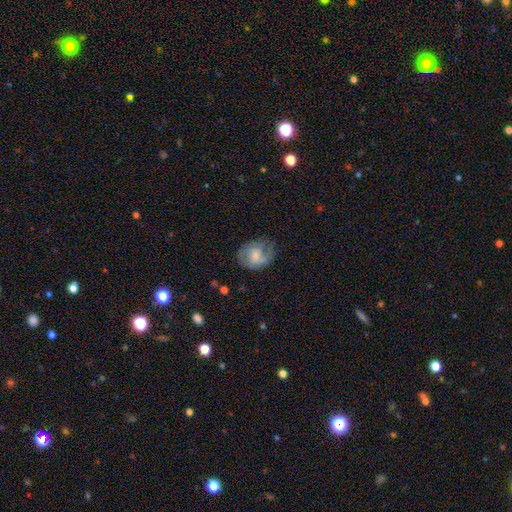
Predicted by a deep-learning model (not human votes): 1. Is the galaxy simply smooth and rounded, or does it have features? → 47% smooth, 45% featured or disk, 8% star or artifact.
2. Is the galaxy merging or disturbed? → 55% none, 26% minor disturbance, 17% major disturbance, 2% merger.